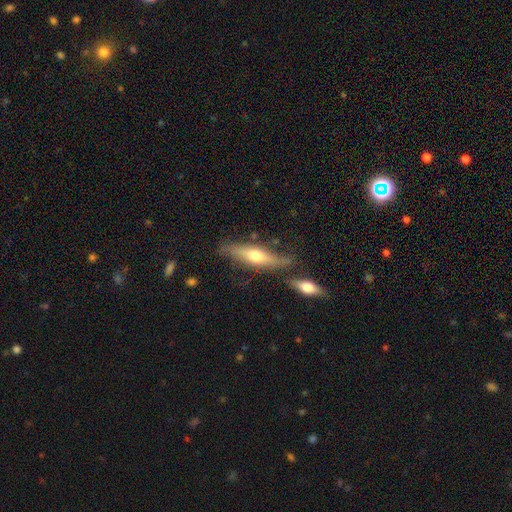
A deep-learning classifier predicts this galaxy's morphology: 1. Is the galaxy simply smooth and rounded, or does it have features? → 56% featured or disk, 38% smooth, 6% star or artifact.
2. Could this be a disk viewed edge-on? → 87% yes, 13% no.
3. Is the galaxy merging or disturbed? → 66% none, 18% minor disturbance, 10% merger, 6% major disturbance.